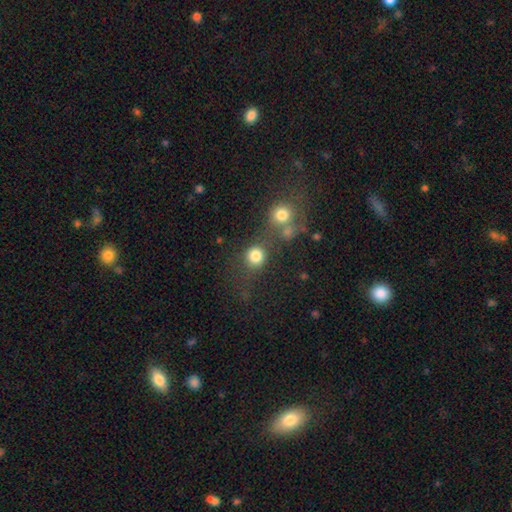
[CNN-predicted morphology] type=smooth (81%); roundness=round (87%); merging=none (59%).